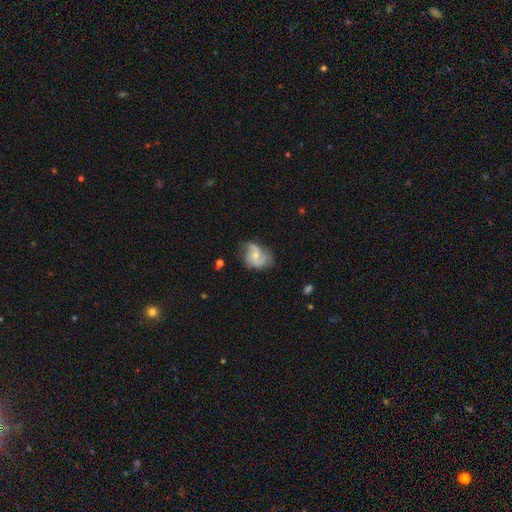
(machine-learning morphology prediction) Smooth or featured: featured or disk — 64% (smooth — 29%)
Edge-on disk: no — 97% (yes — 3%)
Bar: no — 62% (weak — 31%)
Spiral arms: yes — 87% (no — 13%)
Spiral winding: medium — 43% (loose — 39%)
Spiral arm count: 2 — 66% (3 — 13%)
Bulge size: small — 52% (moderate — 41%)
Merging: none — 54% (minor disturbance — 29%)